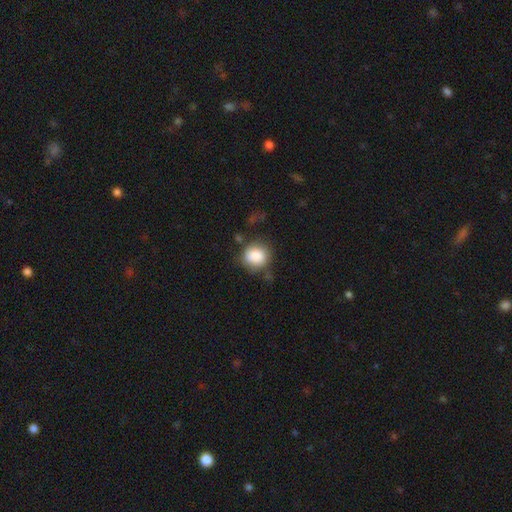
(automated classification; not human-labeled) This is clearly a smooth galaxy (85%). How rounded: clearly round (82%). Merging: likely none (69%).